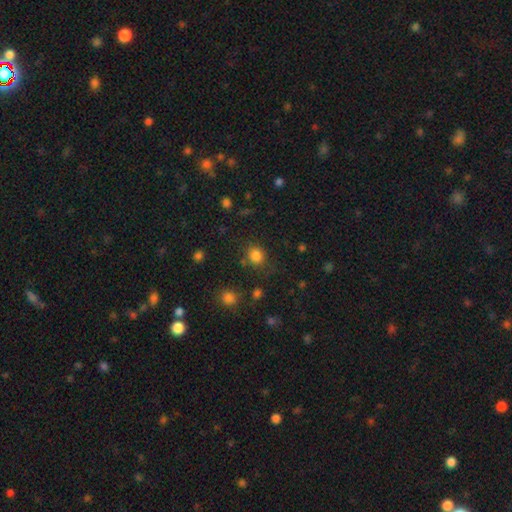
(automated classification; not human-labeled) Overall: smooth (82%). How rounded: round (80%). Merging: none (77%).